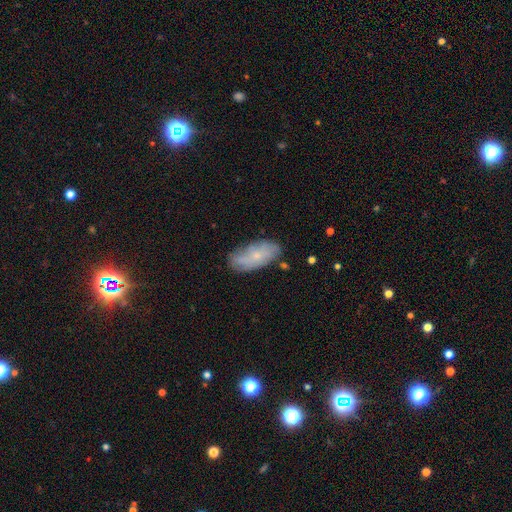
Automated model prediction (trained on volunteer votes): This is possibly a smooth galaxy (54%). How rounded: clearly in between (88%). Merging: likely none (69%).